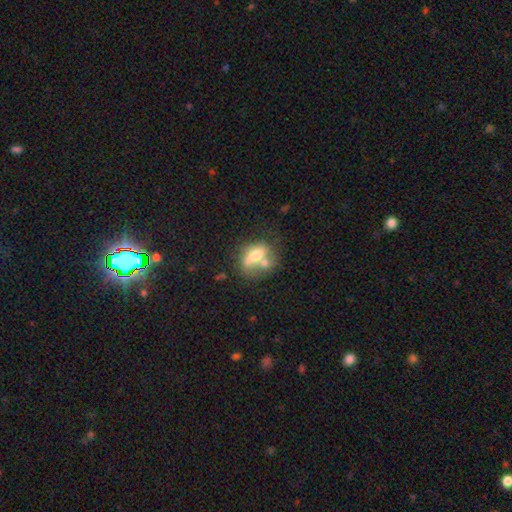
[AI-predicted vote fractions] A smooth galaxy with no disk features (58%) that is in between round and cigar-shaped (69%). Merging: merger (44%).